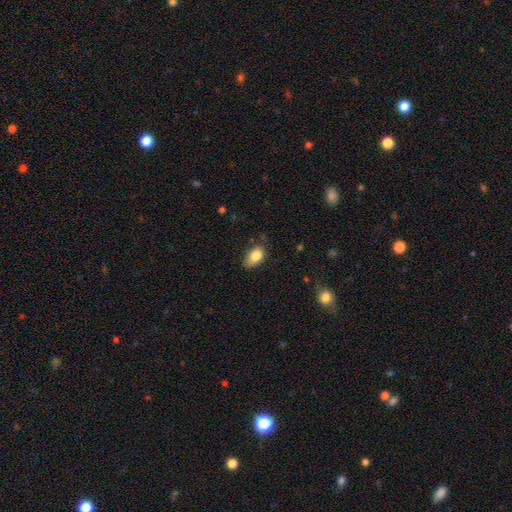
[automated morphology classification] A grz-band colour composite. It shows a smooth galaxy with no disk features (84%) that is in between round and cigar-shaped (90%). Merging: none (67%).